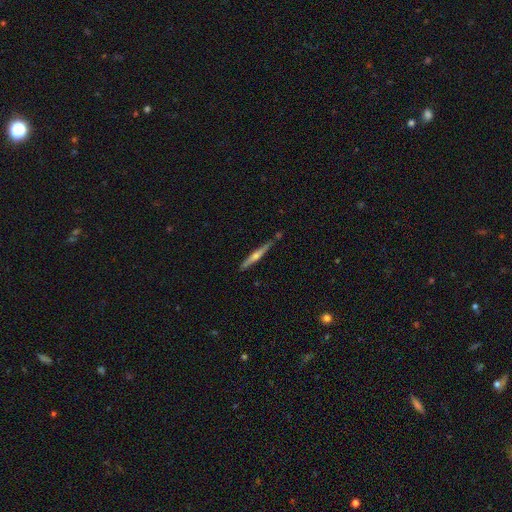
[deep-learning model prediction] Smooth or featured? Predicted: featured or disk (p=0.64). Edge-on disk? Predicted: yes (p=0.97). Edge-on bulge? Predicted: rounded (p=0.71). Merging? Predicted: none (p=0.83).